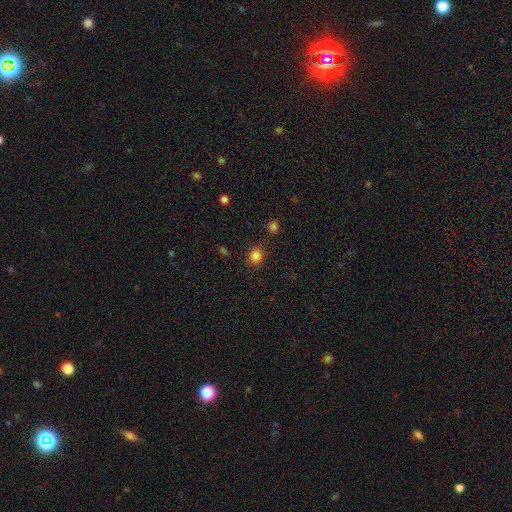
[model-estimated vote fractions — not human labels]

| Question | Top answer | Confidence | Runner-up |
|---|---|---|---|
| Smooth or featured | smooth | 83% | star or artifact (13%) |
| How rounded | round | 82% | in between (17%) |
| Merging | none | 85% | minor disturbance (9%) |